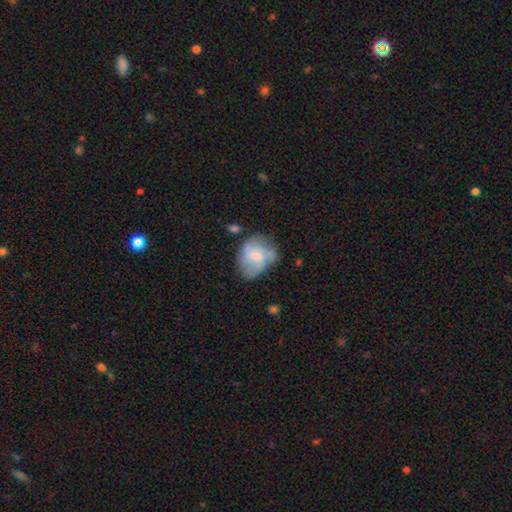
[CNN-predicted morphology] The model was most divided on "smooth or featured": featured or disk: 50%, smooth: 43%, star or artifact: 8%. Remaining: merging — none (43%).